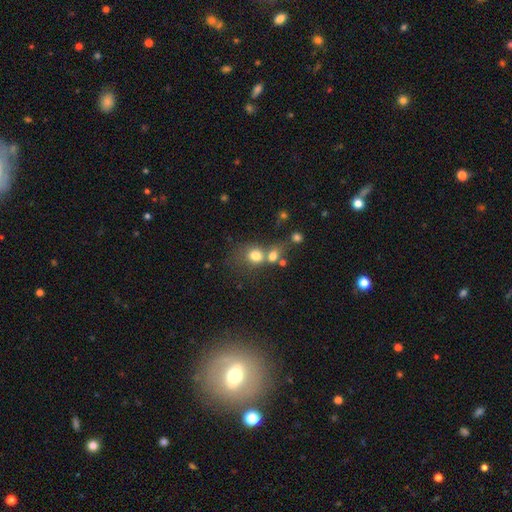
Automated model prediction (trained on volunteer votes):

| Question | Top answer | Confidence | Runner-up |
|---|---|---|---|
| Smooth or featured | smooth | 74% | star or artifact (13%) |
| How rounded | round | 68% | in between (31%) |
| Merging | merger | 50% | none (33%) |